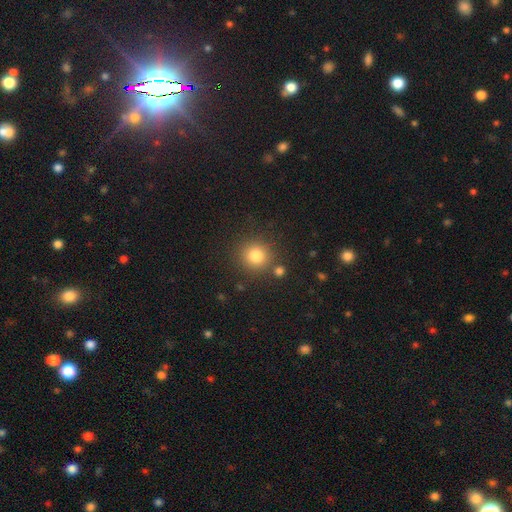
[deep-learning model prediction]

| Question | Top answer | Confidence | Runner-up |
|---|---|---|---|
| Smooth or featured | smooth | 82% | star or artifact (12%) |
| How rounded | round | 92% | in between (7%) |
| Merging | none | 83% | minor disturbance (8%) |